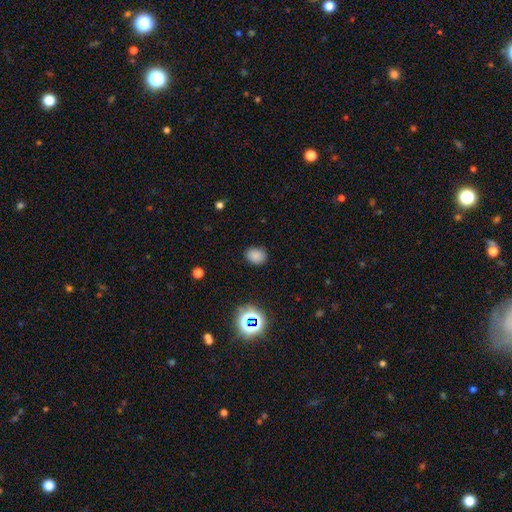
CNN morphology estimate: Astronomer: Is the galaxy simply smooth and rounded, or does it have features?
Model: smooth — 79%.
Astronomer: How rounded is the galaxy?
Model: in between — 57% (runner-up: round, 42%).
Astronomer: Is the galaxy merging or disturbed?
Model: none — 84%.